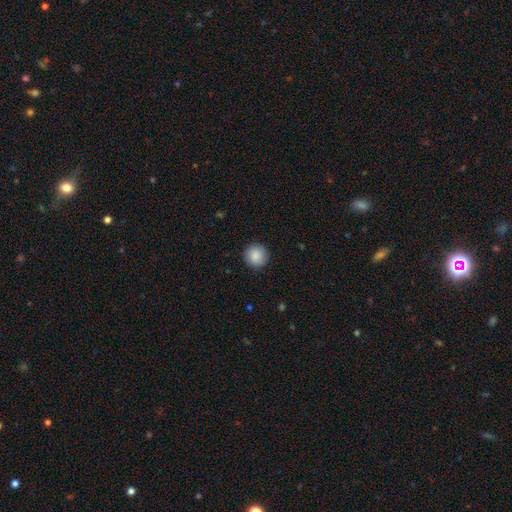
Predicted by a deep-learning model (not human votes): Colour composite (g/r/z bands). It shows a smooth galaxy with no disk features (88%) that is round (94%). Merging: none (91%).